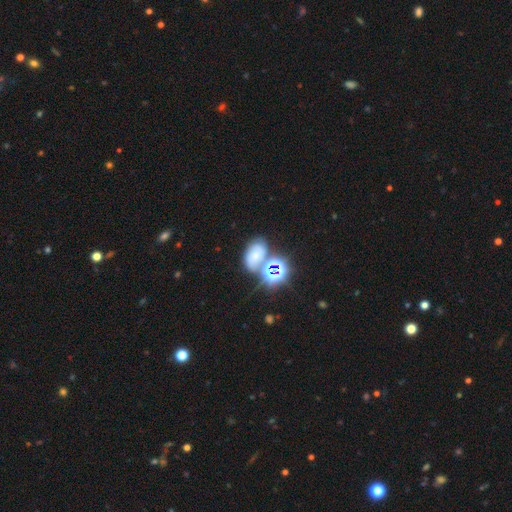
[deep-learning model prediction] Smooth or featured: smooth — 48% (star or artifact — 32%)
Merging: none — 51% (merger — 25%)